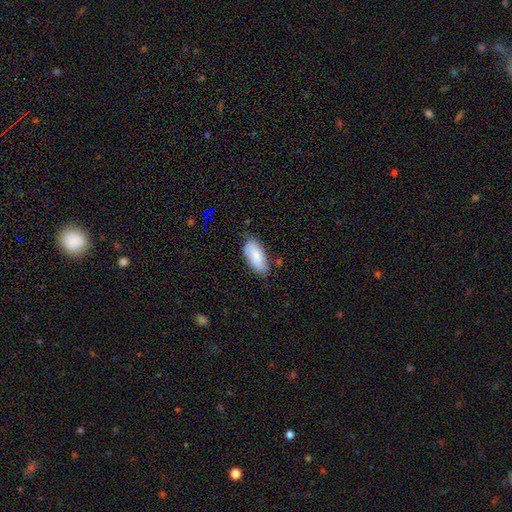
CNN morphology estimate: The model was most divided on "merging": none: 71%, minor disturbance: 22%, major disturbance: 4%, merger: 2%. More confident: how rounded — in between (87%); smooth or featured — smooth (80%).